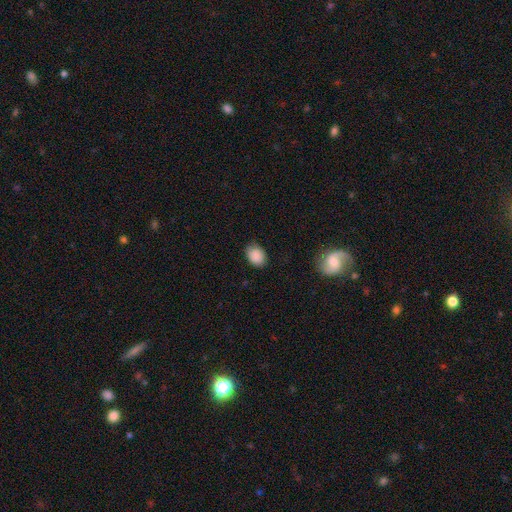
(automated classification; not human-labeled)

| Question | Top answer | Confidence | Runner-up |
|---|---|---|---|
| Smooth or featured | smooth | 88% | star or artifact (8%) |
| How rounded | in between | 66% | round (32%) |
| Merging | none | 72% | minor disturbance (22%) |